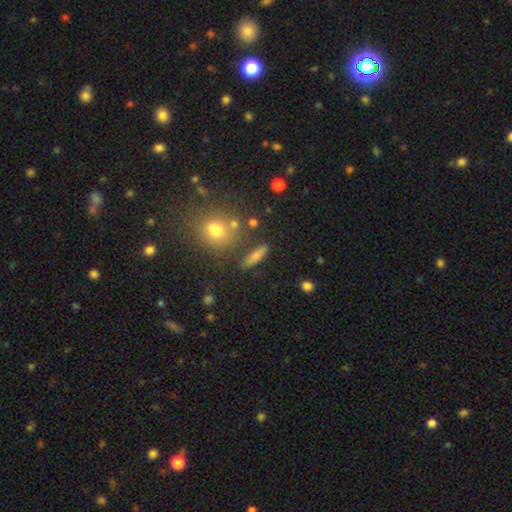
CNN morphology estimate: The model was most divided on "how rounded": cigar-shaped: 71%, in between: 22%, round: 7%. More confident: merging — none (78%); smooth or featured — smooth (73%).